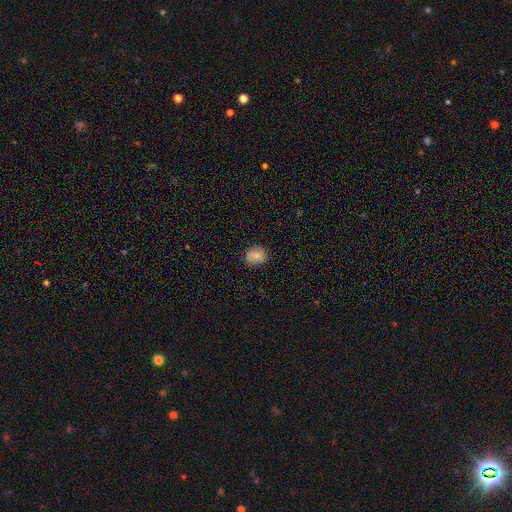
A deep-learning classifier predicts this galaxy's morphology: smooth_or_featured: smooth (p=0.72) [alt: featured or disk p=0.19]
how_rounded: round (p=0.77) [alt: in between p=0.22]
merging: none (p=0.83) [alt: minor disturbance p=0.13]